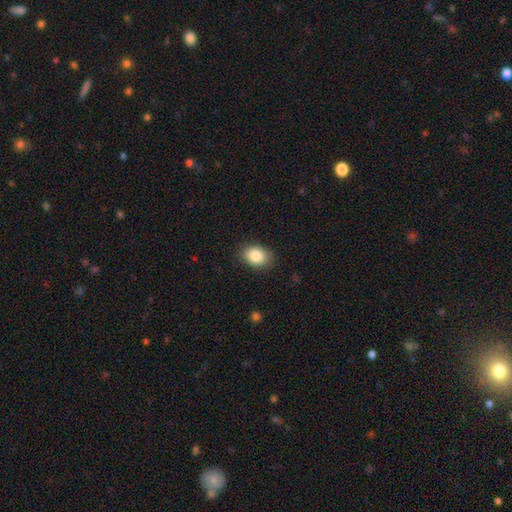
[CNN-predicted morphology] Smooth or featured? Predicted: smooth (p=0.87). How rounded? Predicted: in between (p=0.71). Merging? Predicted: none (p=0.85).